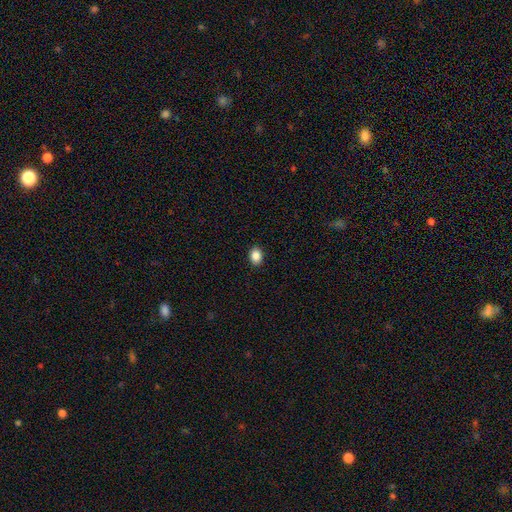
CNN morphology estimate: Smooth or featured? smooth (87%)
How rounded? in between (66%)
Merging? none (91%)